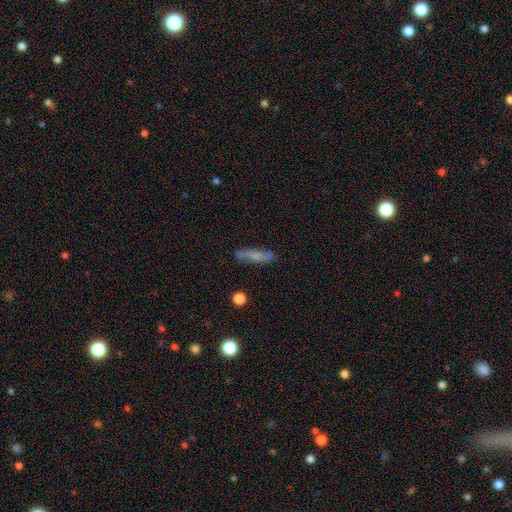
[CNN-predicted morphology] A smooth galaxy with no disk features (62%) that is cigar-shaped (75%).

Vote fractions:
- Smooth or featured? smooth: 62% / featured or disk: 30% / star or artifact: 9%
- How rounded? cigar-shaped: 75% / in between: 22% / round: 3%
- Merging? none: 76% / minor disturbance: 17% / major disturbance: 4% / merger: 3%